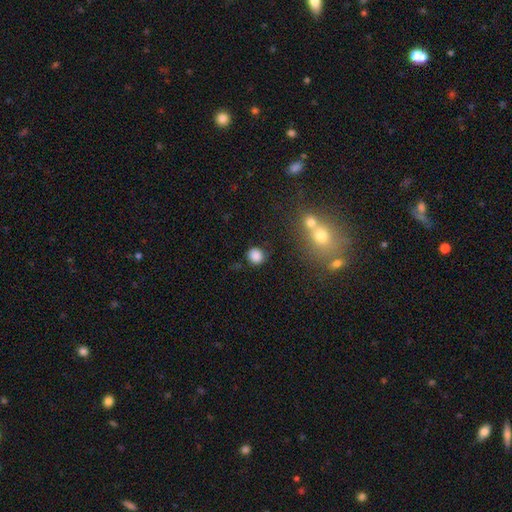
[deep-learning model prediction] A smooth galaxy with no disk features (84%) that is round (85%).

Vote fractions:
- Smooth or featured? smooth: 84% / star or artifact: 11% / featured or disk: 5%
- How rounded? round: 85% / in between: 14% / cigar-shaped: 1%
- Merging? none: 79% / minor disturbance: 13% / merger: 4% / major disturbance: 4%